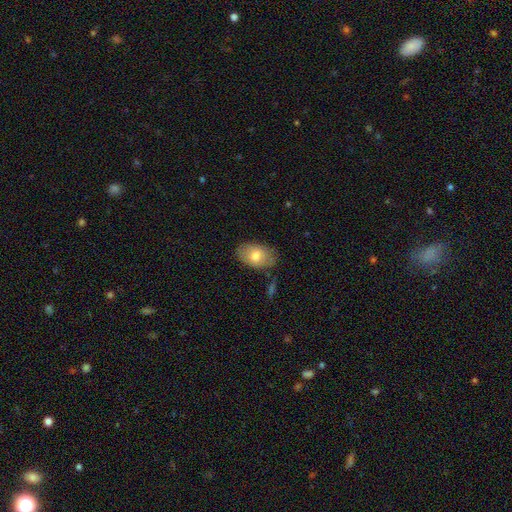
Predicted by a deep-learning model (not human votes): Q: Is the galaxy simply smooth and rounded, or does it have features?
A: smooth — 74%.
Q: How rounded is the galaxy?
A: in between — 89%.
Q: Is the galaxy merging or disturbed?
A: none — 77%.